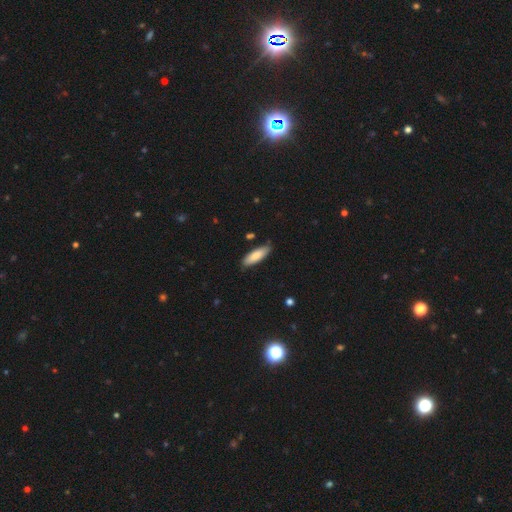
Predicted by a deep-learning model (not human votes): Smooth or featured?
  - smooth: 81% *
  - featured or disk: 13%
  - star or artifact: 6%
How rounded?
  - in between: 53% *
  - cigar-shaped: 46%
  - round: 1%
Merging?
  - none: 84% *
  - minor disturbance: 13%
  - major disturbance: 2%
  - merger: 2%